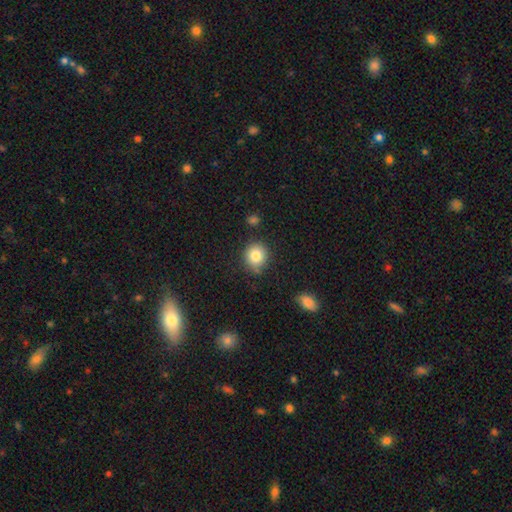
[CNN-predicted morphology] type=smooth (82%); roundness=round (85%); merging=none (80%).